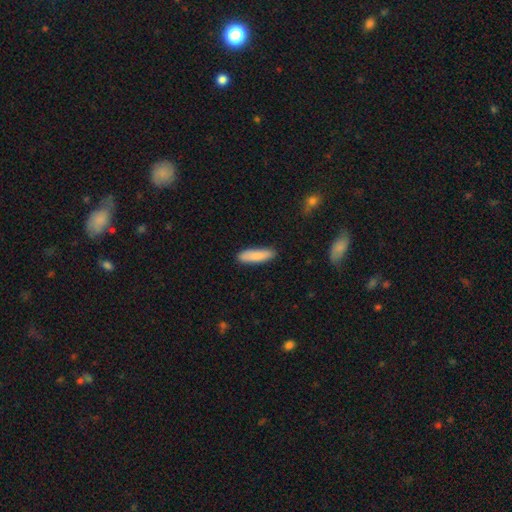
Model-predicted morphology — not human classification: Smooth or featured? Predicted: smooth (p=0.87). How rounded? Predicted: cigar-shaped (p=0.64). Merging? Predicted: none (p=0.86).